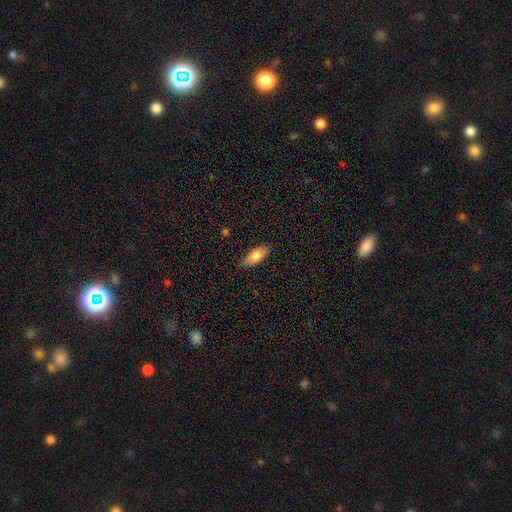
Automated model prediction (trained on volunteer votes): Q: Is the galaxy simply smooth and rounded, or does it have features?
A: smooth — 77%.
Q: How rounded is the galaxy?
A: in between — 82%.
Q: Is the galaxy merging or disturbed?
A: none — 85%.